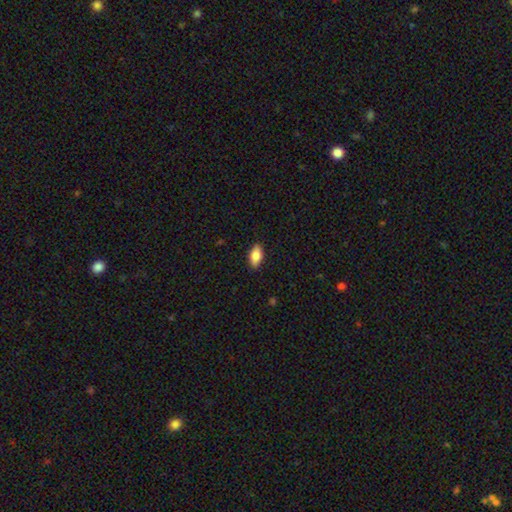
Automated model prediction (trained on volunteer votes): A smooth galaxy with no disk features (83%) that is in between round and cigar-shaped (91%).

Vote fractions:
- Smooth or featured? smooth: 83% / featured or disk: 10% / star or artifact: 7%
- How rounded? in between: 91% / cigar-shaped: 5% / round: 4%
- Merging? none: 88% / minor disturbance: 9% / major disturbance: 2% / merger: 1%